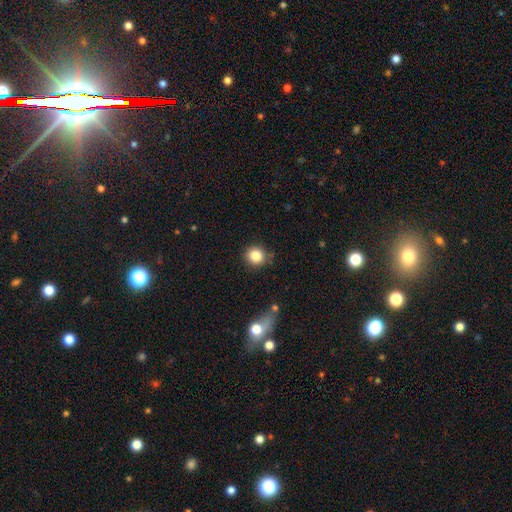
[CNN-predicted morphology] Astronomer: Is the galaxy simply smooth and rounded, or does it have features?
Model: smooth — 84%.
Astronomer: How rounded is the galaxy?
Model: round — 91%.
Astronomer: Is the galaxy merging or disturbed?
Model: none — 83%.